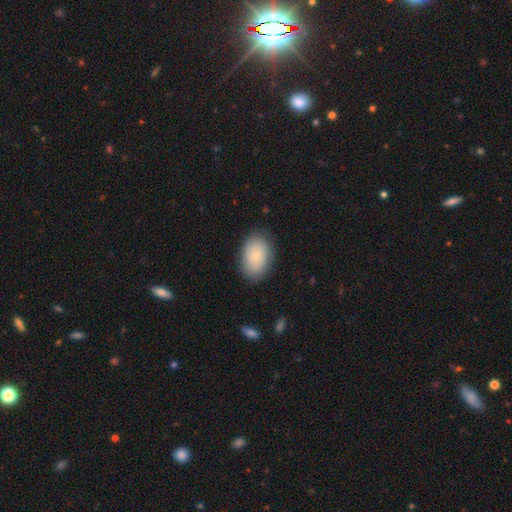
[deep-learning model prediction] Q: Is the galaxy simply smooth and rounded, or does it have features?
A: smooth — 74%.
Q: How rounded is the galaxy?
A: in between — 86%.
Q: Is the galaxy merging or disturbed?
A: none — 83%.